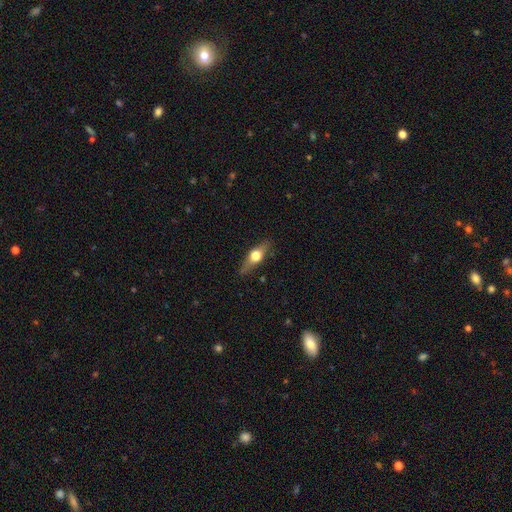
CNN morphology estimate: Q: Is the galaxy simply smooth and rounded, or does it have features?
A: featured or disk — 53%.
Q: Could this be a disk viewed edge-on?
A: yes — 90%.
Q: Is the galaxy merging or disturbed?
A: none — 83%.